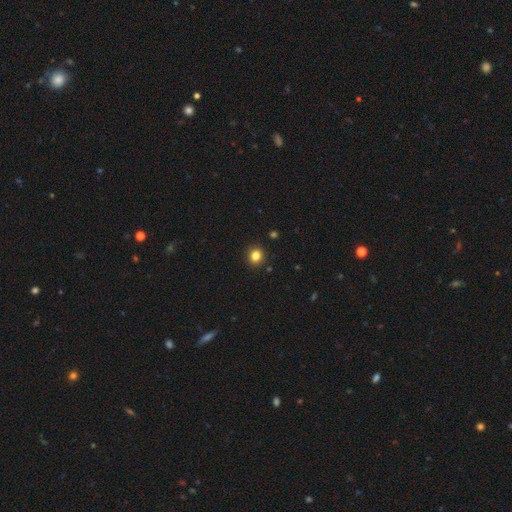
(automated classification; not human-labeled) Morphology: type=smooth (83%); roundness=round (85%); merging=none (92%).